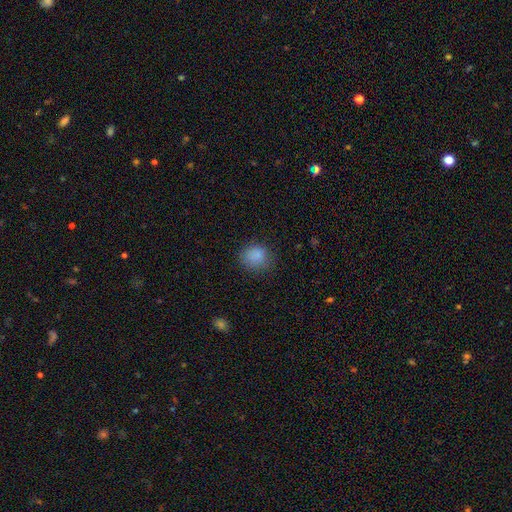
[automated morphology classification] Smooth or featured?
  - smooth: 85% *
  - star or artifact: 11%
  - featured or disk: 4%
How rounded?
  - round: 73% *
  - in between: 26%
  - cigar-shaped: 1%
Merging?
  - none: 78% *
  - minor disturbance: 16%
  - major disturbance: 5%
  - merger: 1%